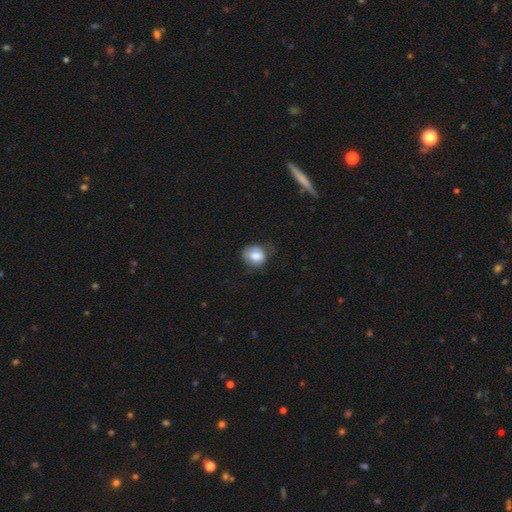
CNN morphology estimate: Q: Smooth or featured?
A: smooth (77%); runner-up: featured or disk (14%)
Q: How rounded?
A: round (65%); runner-up: in between (34%)
Q: Merging?
A: none (57%); runner-up: minor disturbance (30%)